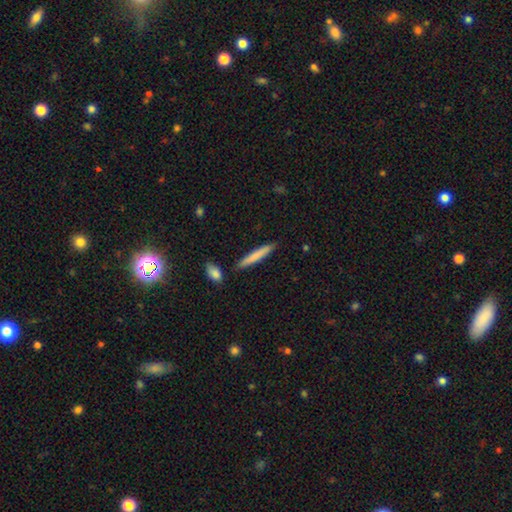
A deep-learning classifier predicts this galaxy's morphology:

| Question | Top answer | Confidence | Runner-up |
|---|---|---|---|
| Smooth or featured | smooth | 75% | featured or disk (20%) |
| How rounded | cigar-shaped | 95% | in between (4%) |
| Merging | none | 86% | minor disturbance (8%) |